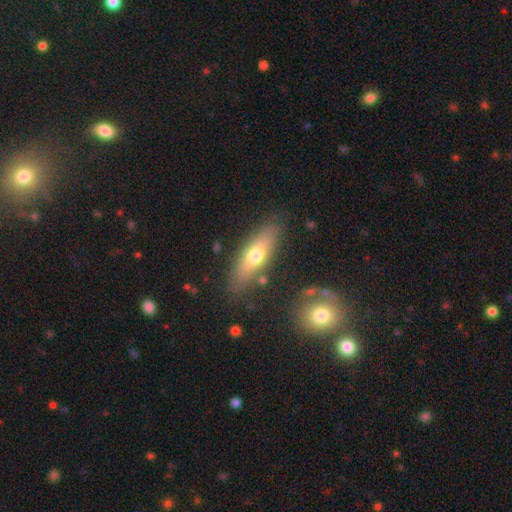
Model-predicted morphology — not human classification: A smooth galaxy with no disk features (59%) that is cigar-shaped (52%).

Vote fractions:
- Smooth or featured? smooth: 59% / featured or disk: 35% / star or artifact: 7%
- How rounded? cigar-shaped: 52% / in between: 46% / round: 2%
- Merging? none: 81% / minor disturbance: 12% / merger: 4% / major disturbance: 3%